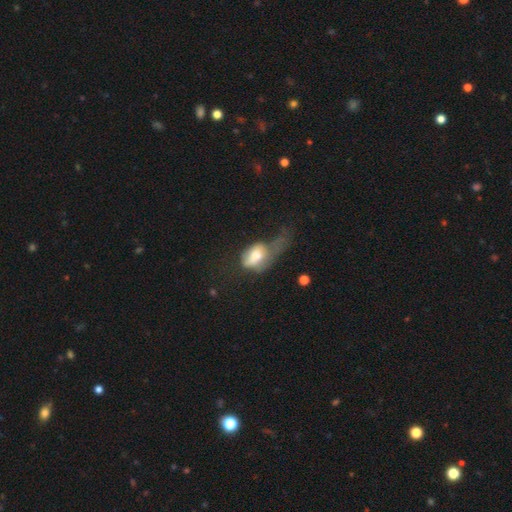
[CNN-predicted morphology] This is likely a smooth galaxy (64%). How rounded: likely in between (78%). Merging: possibly major disturbance (55%).